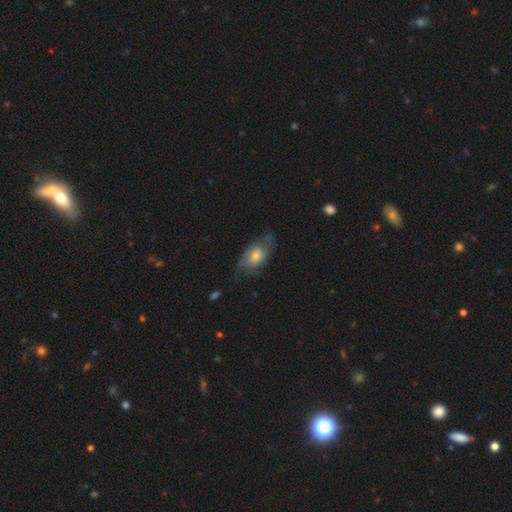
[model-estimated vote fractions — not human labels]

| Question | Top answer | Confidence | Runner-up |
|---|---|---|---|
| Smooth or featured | featured or disk | 49% | smooth (42%) |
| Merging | none | 62% | minor disturbance (25%) |